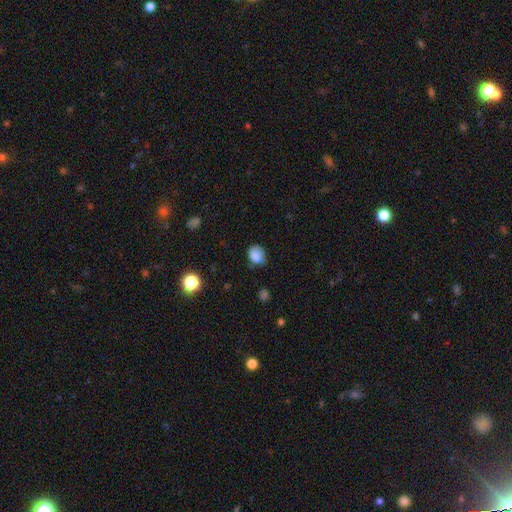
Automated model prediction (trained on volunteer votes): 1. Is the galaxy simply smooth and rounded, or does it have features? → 81% smooth, 10% star or artifact, 9% featured or disk.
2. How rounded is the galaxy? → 54% round, 45% in between, 1% cigar-shaped.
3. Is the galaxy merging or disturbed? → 60% none, 30% minor disturbance, 8% major disturbance, 2% merger.